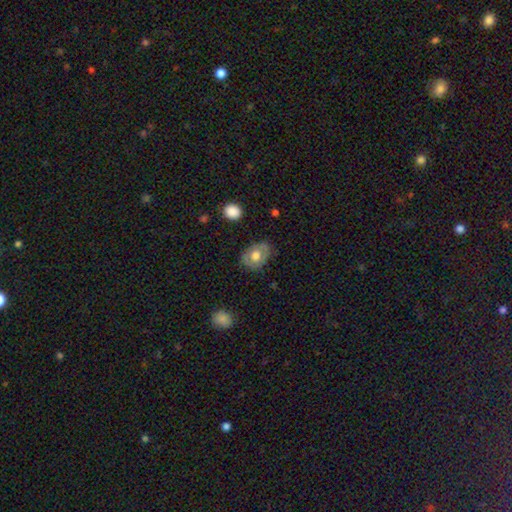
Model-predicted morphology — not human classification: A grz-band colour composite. It shows a smooth galaxy with no disk features (52%) that is in between round and cigar-shaped (67%). Merging: none (74%).